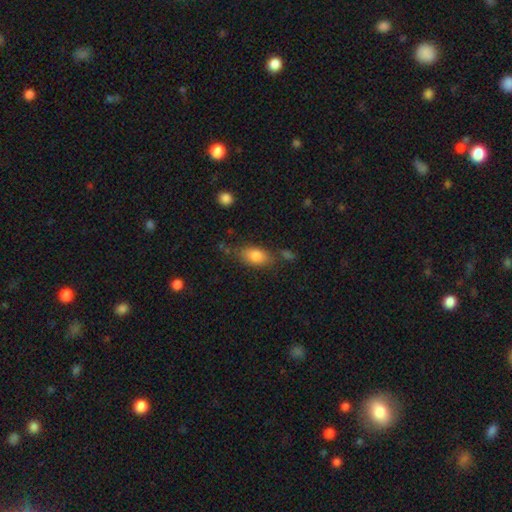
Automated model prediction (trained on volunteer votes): Smooth or featured: smooth — 80% (featured or disk — 12%)
How rounded: in between — 85% (round — 7%)
Merging: none — 65% (minor disturbance — 20%)